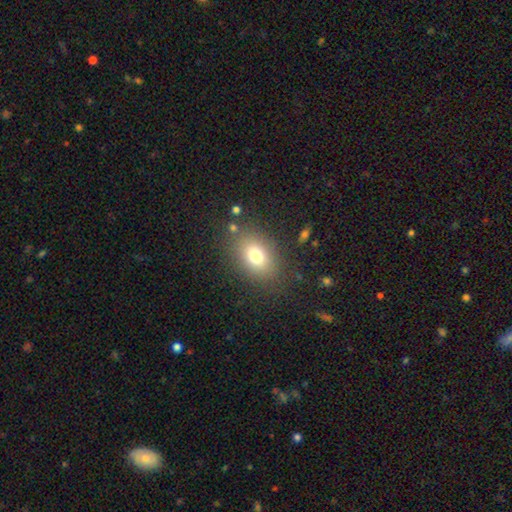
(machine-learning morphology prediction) Smooth or featured? Predicted: smooth (p=0.75). How rounded? Predicted: in between (p=0.72). Merging? Predicted: none (p=0.81).